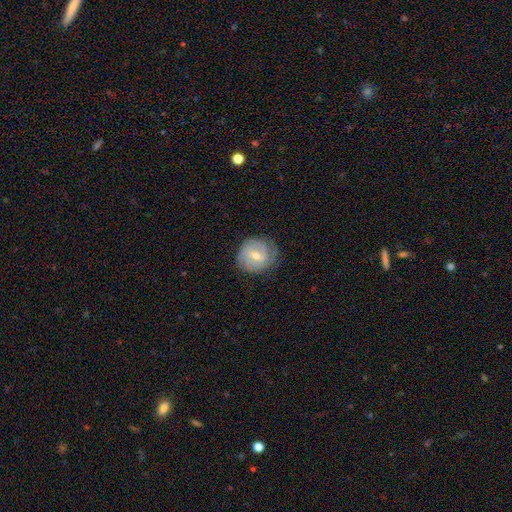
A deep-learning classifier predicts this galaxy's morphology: Overall: featured or disk (71%). Edge-on disk: no (97%). Bar: weak (54%; no 28%). Spiral arms: yes (90%). Spiral arm count: 2 (39%; can't tell 32%). Spiral winding: tight (65%; medium 27%). Bulge size: moderate (55%; small 42%). Merging: none (75%).